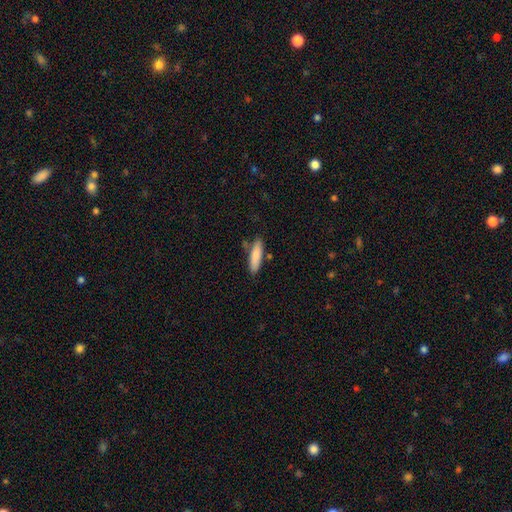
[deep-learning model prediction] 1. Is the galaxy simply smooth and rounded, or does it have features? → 84% smooth, 10% featured or disk, 6% star or artifact.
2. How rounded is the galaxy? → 67% cigar-shaped, 31% in between, 1% round.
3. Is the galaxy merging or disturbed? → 77% none, 13% minor disturbance, 6% merger, 3% major disturbance.